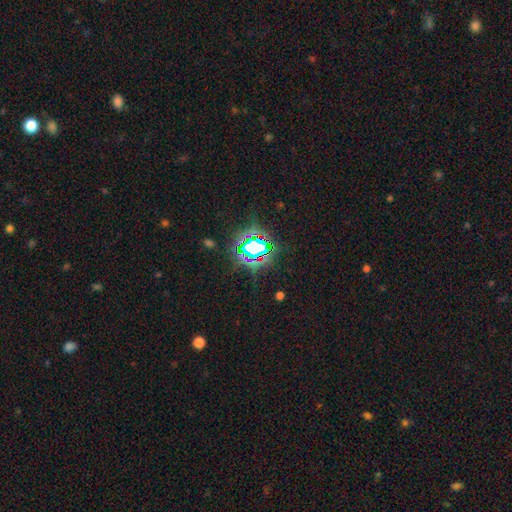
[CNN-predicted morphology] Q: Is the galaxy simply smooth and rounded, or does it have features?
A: star or artifact — 82%.